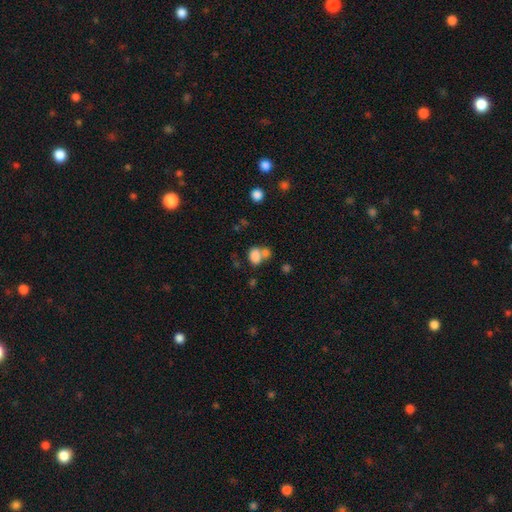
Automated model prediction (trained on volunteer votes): A smooth galaxy with no disk features (81%) that is in between round and cigar-shaped (63%). Merging: merger (50%).